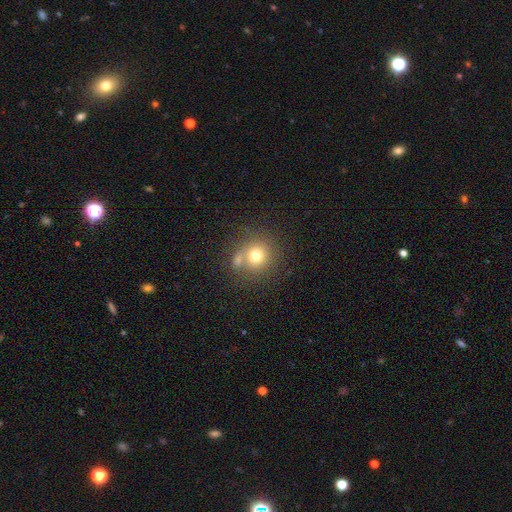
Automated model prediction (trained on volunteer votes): A smooth galaxy with no disk features (72%) that is round (88%). Merging: none (56%).